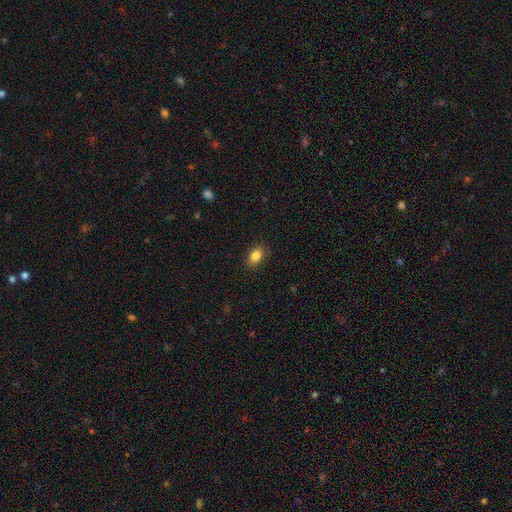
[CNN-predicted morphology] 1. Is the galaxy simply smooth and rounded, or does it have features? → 85% smooth, 9% star or artifact, 6% featured or disk.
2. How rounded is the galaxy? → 79% in between, 19% round, 1% cigar-shaped.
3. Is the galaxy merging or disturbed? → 88% none, 9% minor disturbance, 2% major disturbance, 1% merger.